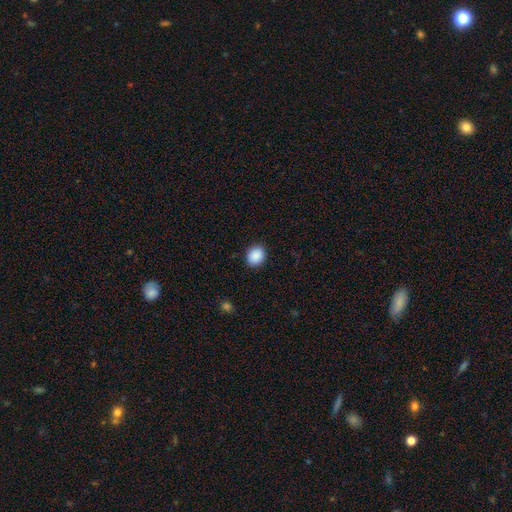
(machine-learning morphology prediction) Q: Smooth or featured?
A: smooth (90%); runner-up: star or artifact (8%)
Q: How rounded?
A: round (60%); runner-up: in between (39%)
Q: Merging?
A: none (90%); runner-up: minor disturbance (7%)